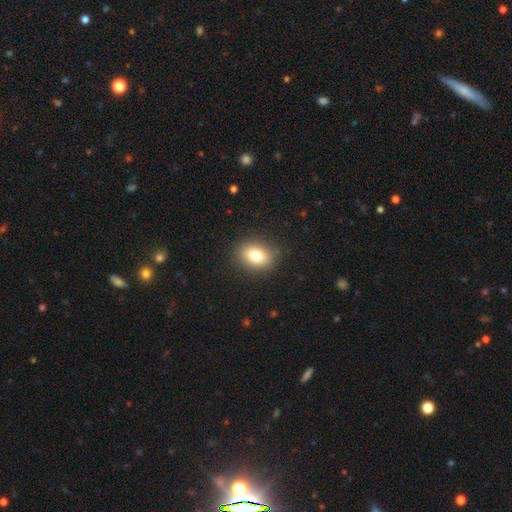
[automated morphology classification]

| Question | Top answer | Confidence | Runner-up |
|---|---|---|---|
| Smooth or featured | smooth | 80% | featured or disk (10%) |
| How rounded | in between | 67% | round (32%) |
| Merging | none | 87% | minor disturbance (9%) |